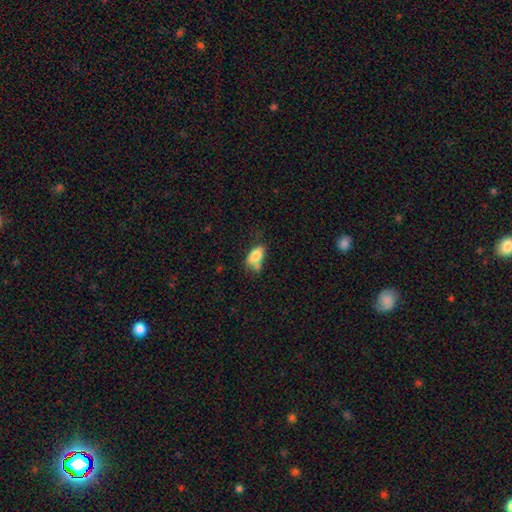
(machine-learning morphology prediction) type=smooth (79%); roundness=in between (89%); merging=none (37%).